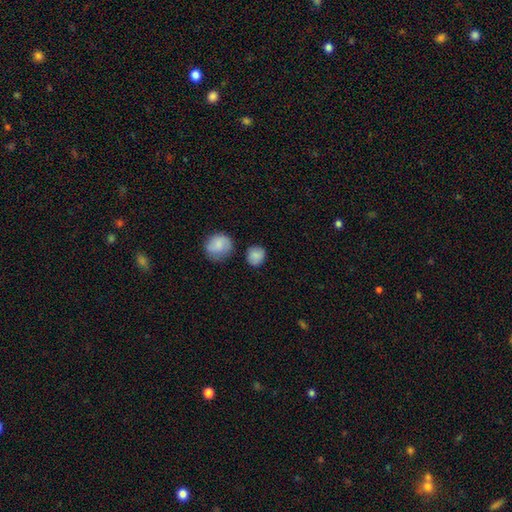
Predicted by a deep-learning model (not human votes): smooth_or_featured: smooth (p=0.85) [alt: star or artifact p=0.08]
how_rounded: round (p=0.83) [alt: in between p=0.16]
merging: none (p=0.76) [alt: minor disturbance p=0.14]